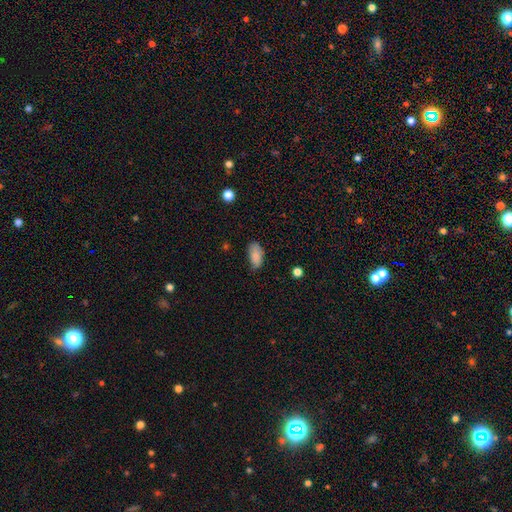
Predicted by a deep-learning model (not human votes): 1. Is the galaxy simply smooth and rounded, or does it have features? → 84% smooth, 8% featured or disk, 8% star or artifact.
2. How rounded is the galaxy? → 93% in between, 4% cigar-shaped, 4% round.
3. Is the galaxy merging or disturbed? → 64% none, 29% minor disturbance, 5% major disturbance, 2% merger.